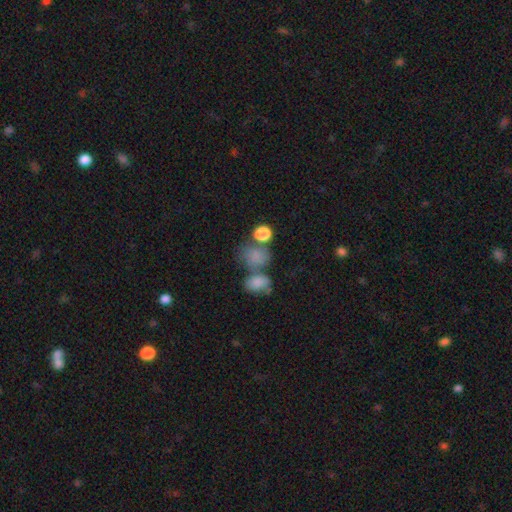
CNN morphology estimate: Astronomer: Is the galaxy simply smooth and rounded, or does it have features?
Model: smooth — 76%.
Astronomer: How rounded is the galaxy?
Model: round — 56% (runner-up: in between, 43%).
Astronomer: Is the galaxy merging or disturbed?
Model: merger — 40% (runner-up: none, 37%).